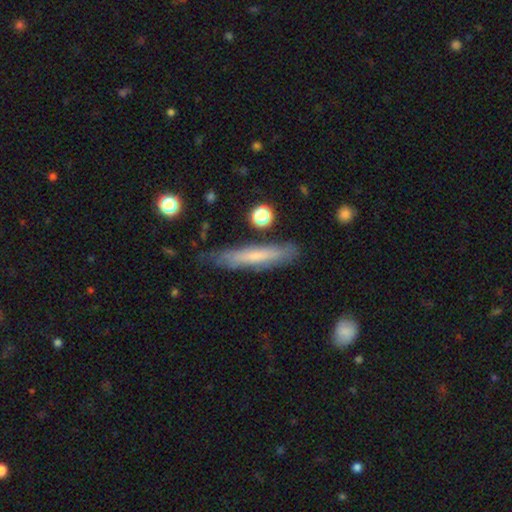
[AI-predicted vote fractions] A smooth galaxy with no disk features (56%) that is cigar-shaped (90%).

Vote fractions:
- Smooth or featured? smooth: 56% / featured or disk: 38% / star or artifact: 6%
- How rounded? cigar-shaped: 90% / in between: 8% / round: 2%
- Merging? none: 76% / minor disturbance: 17% / major disturbance: 4% / merger: 3%